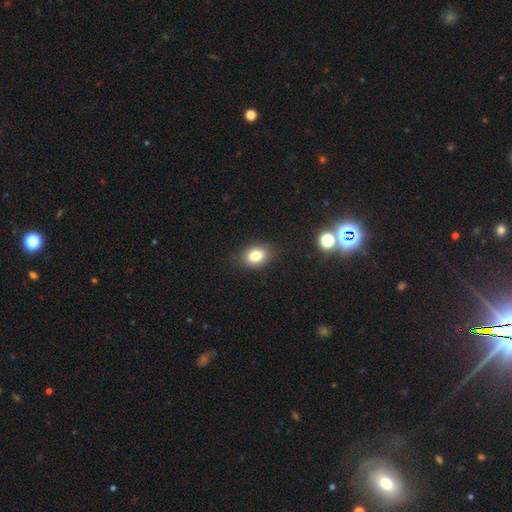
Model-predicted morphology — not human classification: The model was most divided on "how rounded": in between: 71%, round: 28%, cigar-shaped: 1%. More confident: merging — none (86%); smooth or featured — smooth (81%).